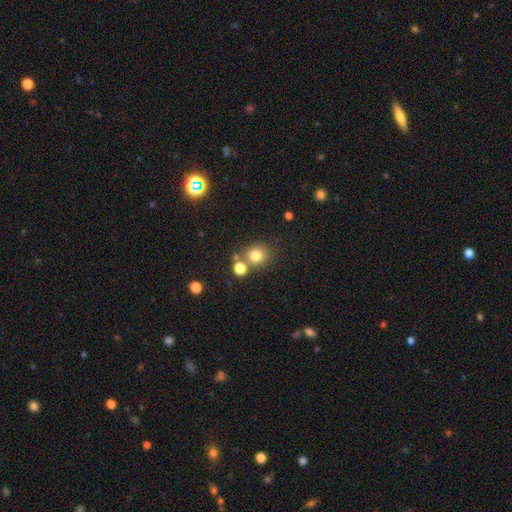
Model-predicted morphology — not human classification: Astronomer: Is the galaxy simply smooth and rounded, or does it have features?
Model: smooth — 78%.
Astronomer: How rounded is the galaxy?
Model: round — 85%.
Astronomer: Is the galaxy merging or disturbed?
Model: none — 70%.